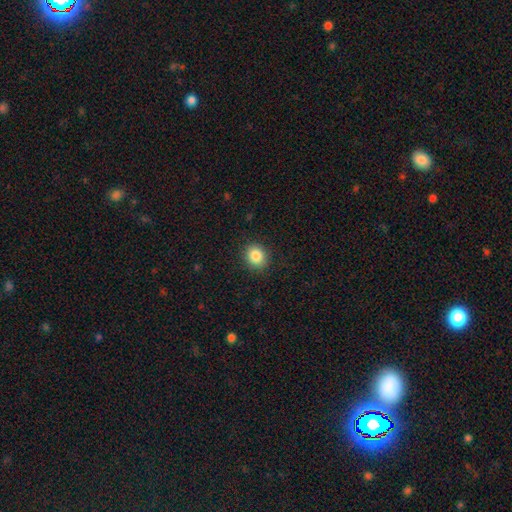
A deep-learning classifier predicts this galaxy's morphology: Smooth or featured? smooth (86%)
How rounded? round (71%)
Merging? none (89%)